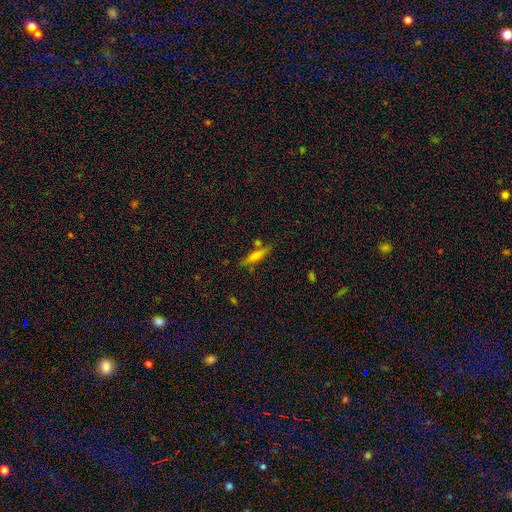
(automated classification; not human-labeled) Overall: smooth (57%; featured or disk 34%). How rounded: cigar-shaped (78%). Merging: none (76%).